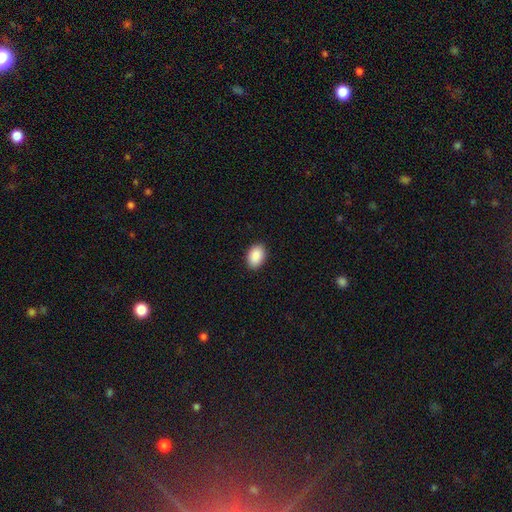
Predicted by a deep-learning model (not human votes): Q: Smooth or featured?
A: smooth (91%); runner-up: star or artifact (7%)
Q: How rounded?
A: in between (87%); runner-up: round (12%)
Q: Merging?
A: none (90%); runner-up: minor disturbance (7%)